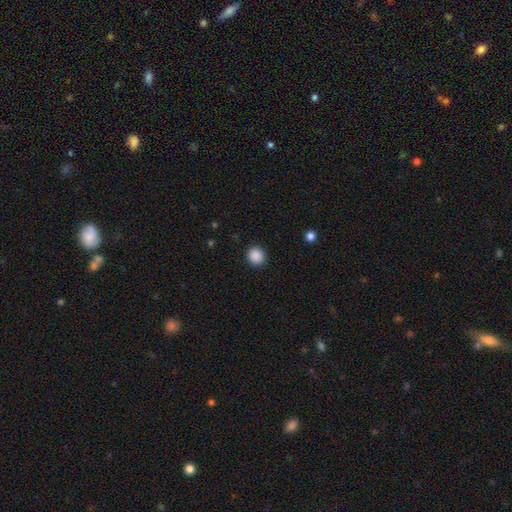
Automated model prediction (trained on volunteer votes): Morphology: type=smooth (89%); roundness=round (88%); merging=none (92%).